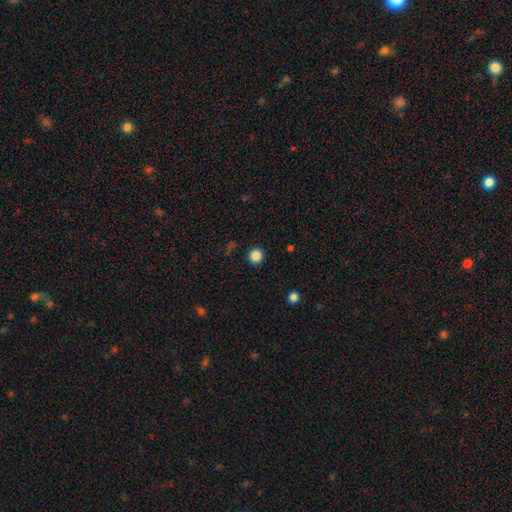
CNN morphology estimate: Smooth or featured? smooth (85%)
How rounded? round (95%)
Merging? none (92%)